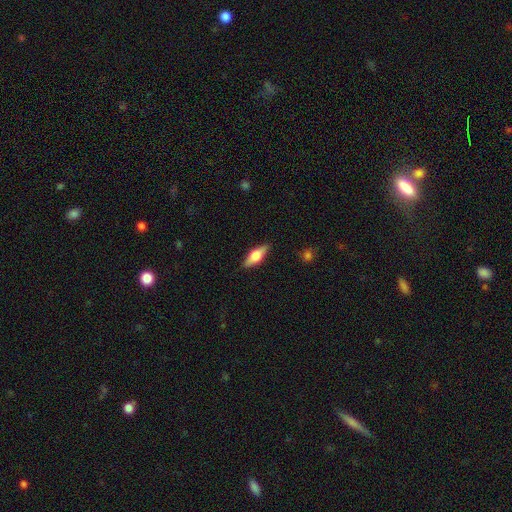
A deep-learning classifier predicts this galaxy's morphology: Overall: smooth (50%; featured or disk 44%). How rounded: in between (63%; cigar-shaped 33%). Merging: none (88%).